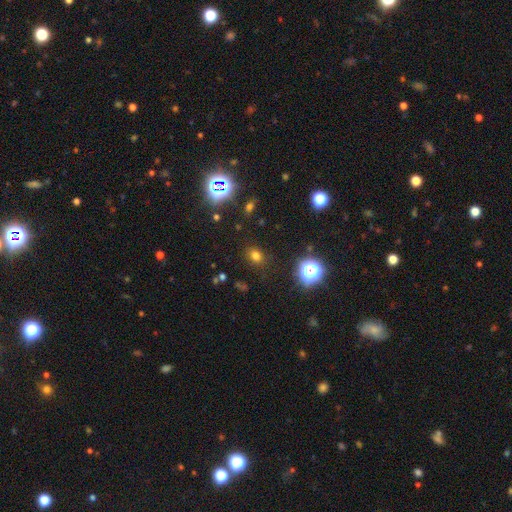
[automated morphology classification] type=smooth (72%); roundness=round (53%); merging=none (85%).